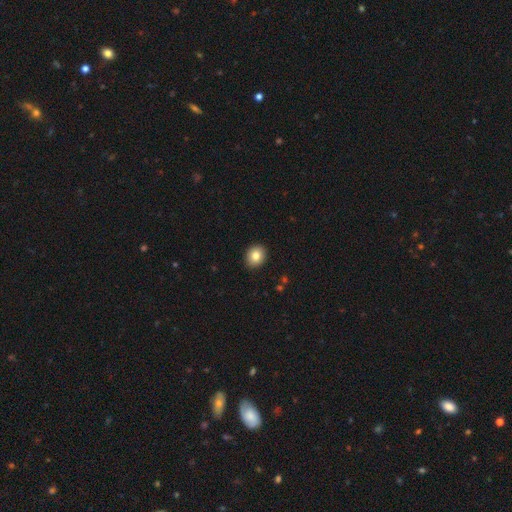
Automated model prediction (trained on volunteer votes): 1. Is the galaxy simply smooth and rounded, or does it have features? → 84% smooth, 9% star or artifact, 8% featured or disk.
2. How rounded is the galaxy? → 67% round, 32% in between, 1% cigar-shaped.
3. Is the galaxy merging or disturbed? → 91% none, 6% minor disturbance, 2% major disturbance, 1% merger.